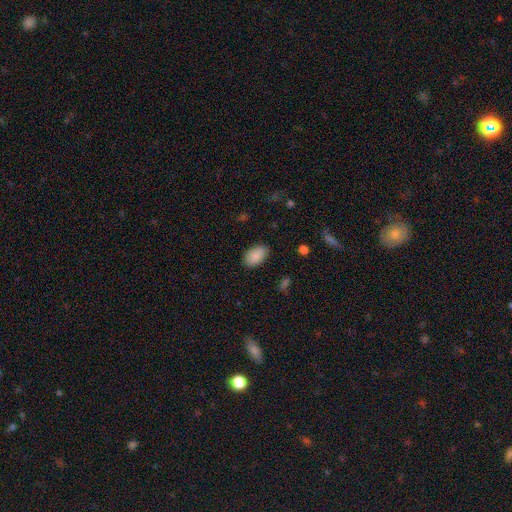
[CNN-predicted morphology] A smooth galaxy with no disk features (89%) that is in between round and cigar-shaped (93%). Merging: none (86%).